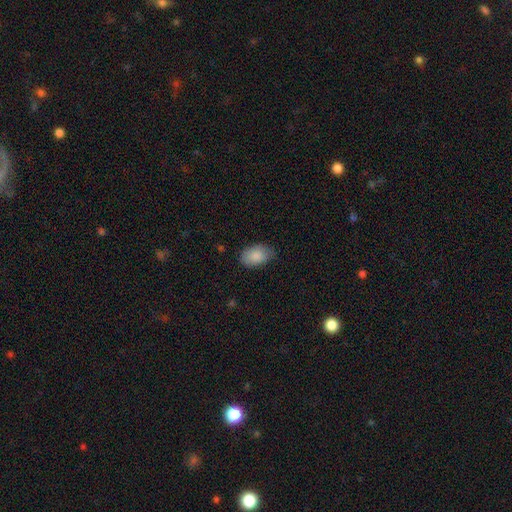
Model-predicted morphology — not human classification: Smooth or featured? smooth (87%)
How rounded? in between (90%)
Merging? none (76%)